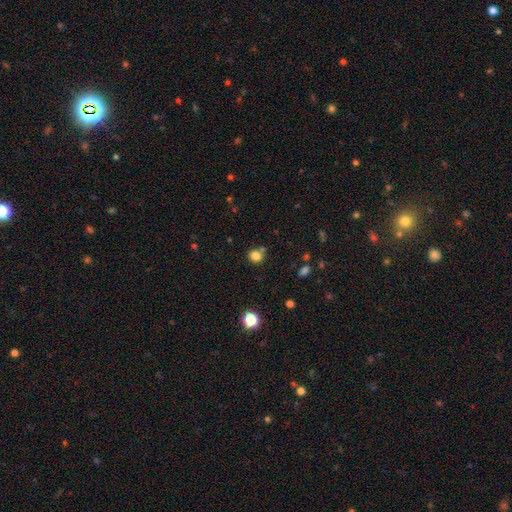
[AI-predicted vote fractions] A smooth galaxy with no disk features (81%) that is round (80%).

Vote fractions:
- Smooth or featured? smooth: 81% / star or artifact: 14% / featured or disk: 6%
- How rounded? round: 80% / in between: 19% / cigar-shaped: 1%
- Merging? none: 70% / merger: 14% / minor disturbance: 12% / major disturbance: 4%